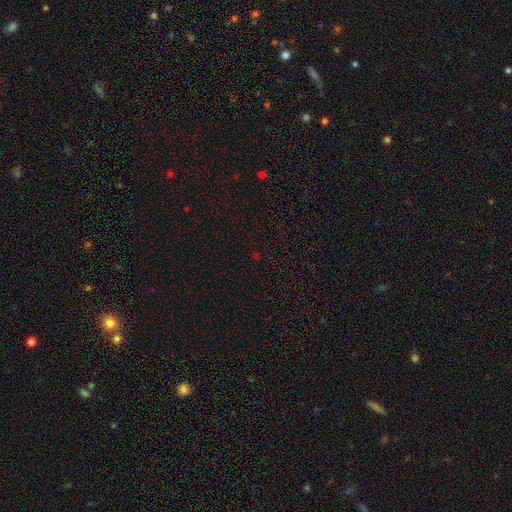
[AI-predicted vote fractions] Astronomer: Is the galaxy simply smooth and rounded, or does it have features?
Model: star or artifact — 67%.